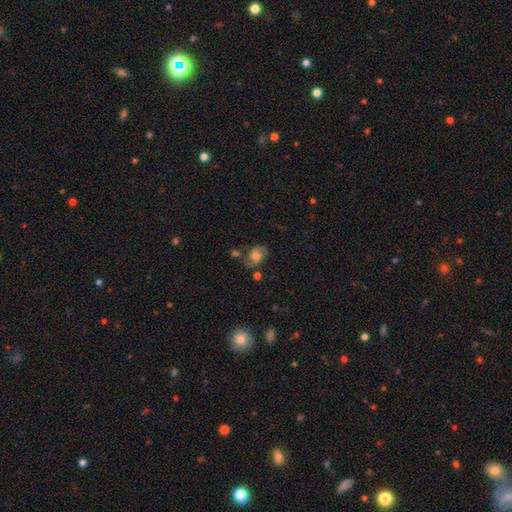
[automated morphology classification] The model was most divided on "smooth or featured": smooth: 48%, featured or disk: 42%, star or artifact: 11%. More confident: merging — none (55%).